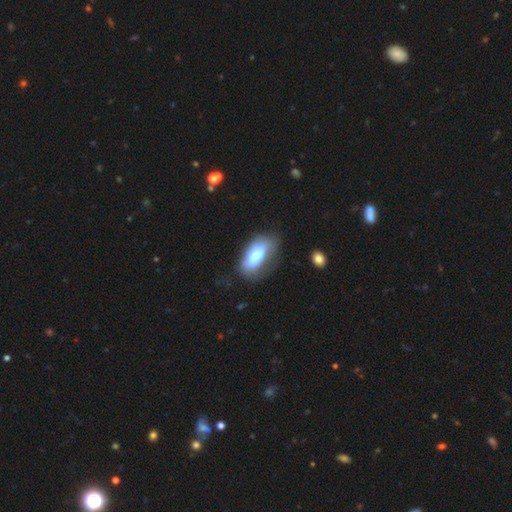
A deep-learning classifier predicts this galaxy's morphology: A smooth galaxy with no disk features (66%) that is in between round and cigar-shaped (90%).

Vote fractions:
- Smooth or featured? smooth: 66% / featured or disk: 27% / star or artifact: 7%
- How rounded? in between: 90% / cigar-shaped: 7% / round: 3%
- Merging? none: 51% / minor disturbance: 29% / major disturbance: 16% / merger: 3%